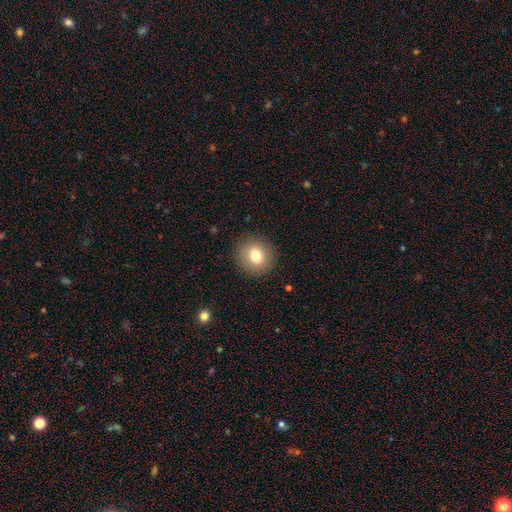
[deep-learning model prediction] The model was most divided on "smooth or featured": smooth: 77%, featured or disk: 13%, star or artifact: 10%. More confident: merging — none (90%); how rounded — round (89%).